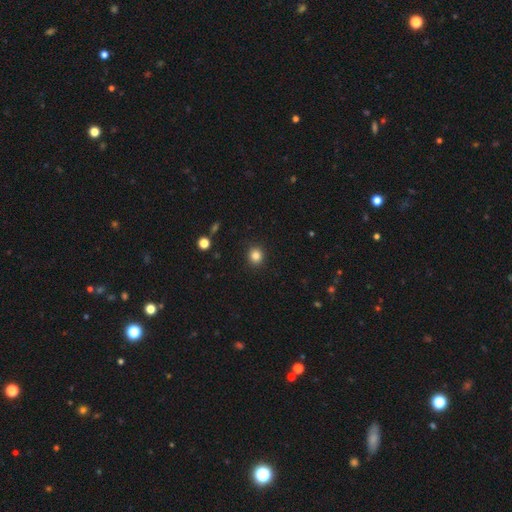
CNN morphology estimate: smooth 84%, star or artifact 12%, featured or disk 5%. Down the decision tree: how rounded — round (86%); merging — none (91%).